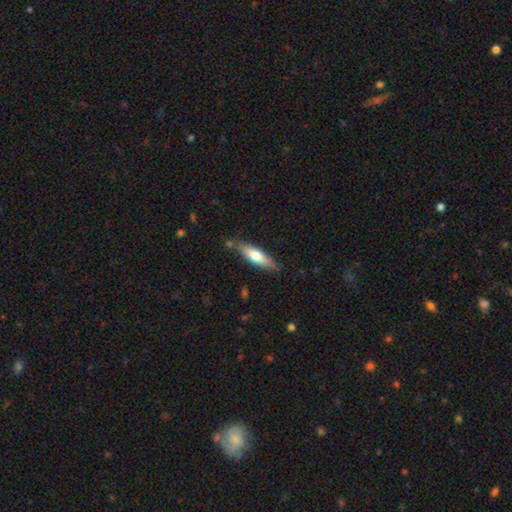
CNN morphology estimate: type=smooth (63%); roundness=cigar-shaped (60%); merging=none (75%).